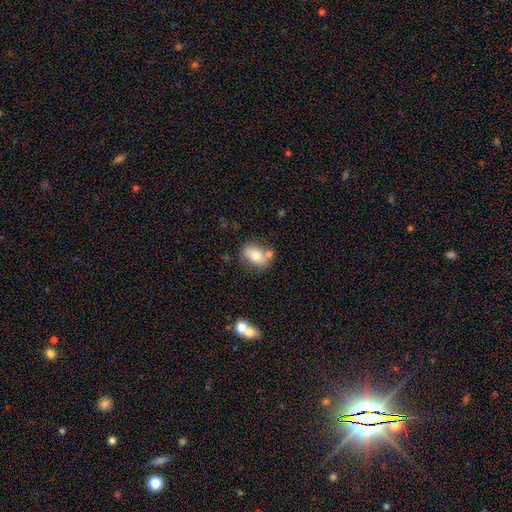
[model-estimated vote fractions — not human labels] A smooth galaxy with no disk features (67%) that is in between round and cigar-shaped (80%).

Vote fractions:
- Smooth or featured? smooth: 67% / featured or disk: 25% / star or artifact: 8%
- How rounded? in between: 80% / round: 18% / cigar-shaped: 2%
- Merging? none: 61% / merger: 18% / minor disturbance: 16% / major disturbance: 5%